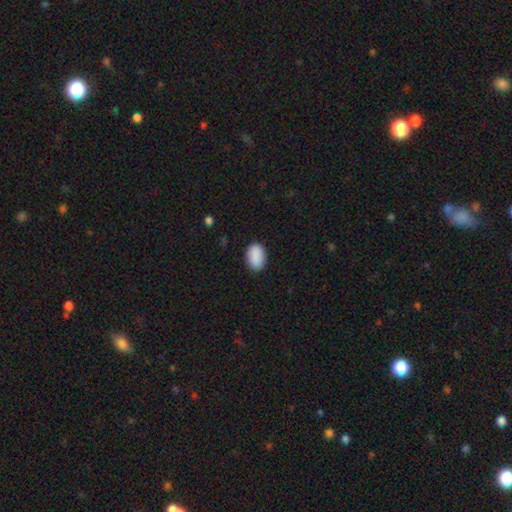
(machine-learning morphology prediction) Smooth or featured? Predicted: smooth (p=0.90). How rounded? Predicted: in between (p=0.90). Merging? Predicted: none (p=0.88).